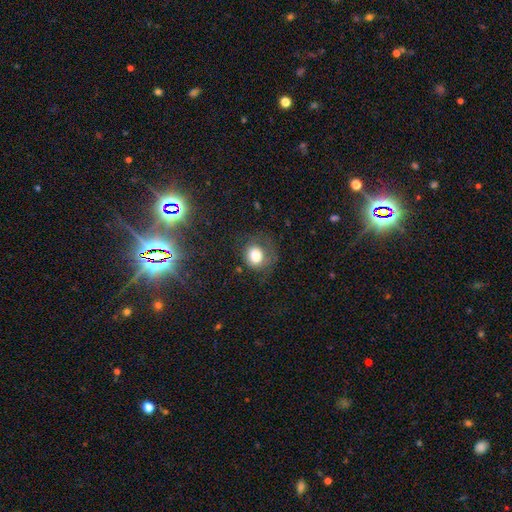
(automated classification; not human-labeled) A smooth galaxy with no disk features (78%) that is round (73%).

Vote fractions:
- Smooth or featured? smooth: 78% / star or artifact: 12% / featured or disk: 10%
- How rounded? round: 73% / in between: 26% / cigar-shaped: 1%
- Merging? none: 57% / minor disturbance: 24% / major disturbance: 16% / merger: 2%